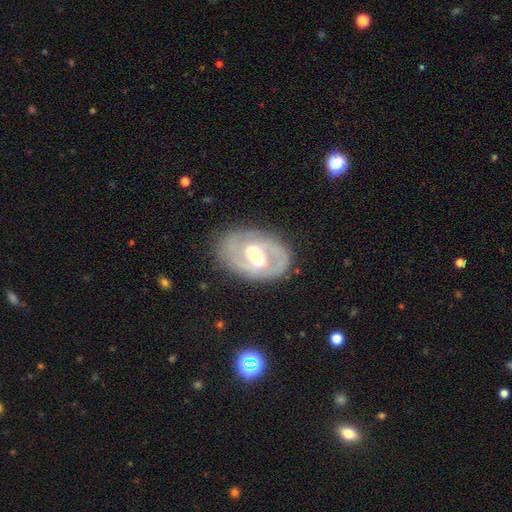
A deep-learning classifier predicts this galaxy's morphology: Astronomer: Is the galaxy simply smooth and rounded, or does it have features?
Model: featured or disk — 79%.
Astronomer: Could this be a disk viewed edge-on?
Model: no — 95%.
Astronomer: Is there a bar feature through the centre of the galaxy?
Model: weak — 48% (runner-up: strong, 34%).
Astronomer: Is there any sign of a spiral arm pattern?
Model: yes — 78%.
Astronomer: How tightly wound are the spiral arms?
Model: tight — 44% (runner-up: medium, 41%).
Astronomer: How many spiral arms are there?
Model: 2 — 76%.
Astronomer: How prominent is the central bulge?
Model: moderate — 65%.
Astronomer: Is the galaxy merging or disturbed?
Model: none — 80%.